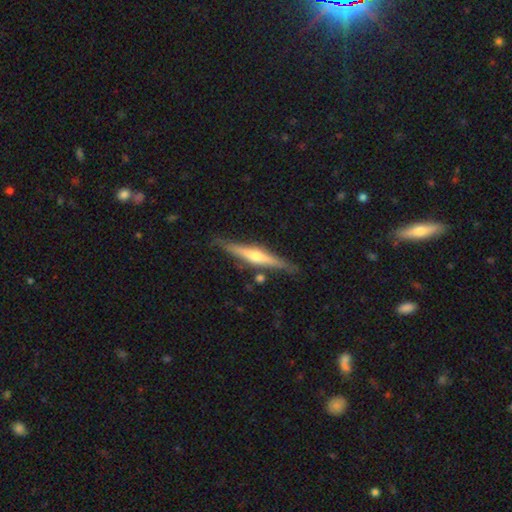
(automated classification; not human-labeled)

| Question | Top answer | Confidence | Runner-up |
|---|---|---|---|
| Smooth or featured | featured or disk | 71% | smooth (24%) |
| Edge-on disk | yes | 97% | no (3%) |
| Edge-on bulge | rounded | 83% | none (10%) |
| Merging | none | 83% | minor disturbance (12%) |